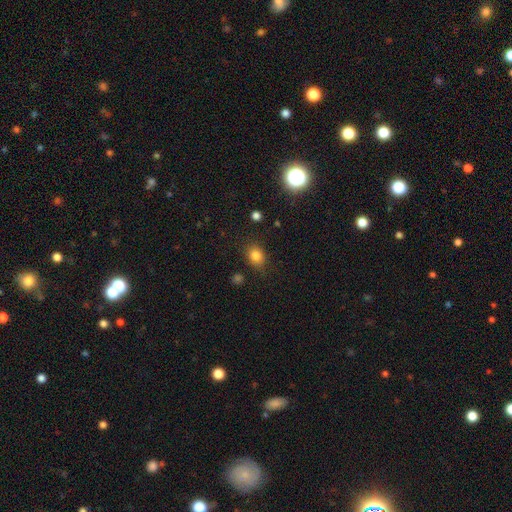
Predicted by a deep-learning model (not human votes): Q: Smooth or featured?
A: smooth (82%); runner-up: star or artifact (12%)
Q: How rounded?
A: round (52%); runner-up: in between (47%)
Q: Merging?
A: none (80%); runner-up: minor disturbance (14%)